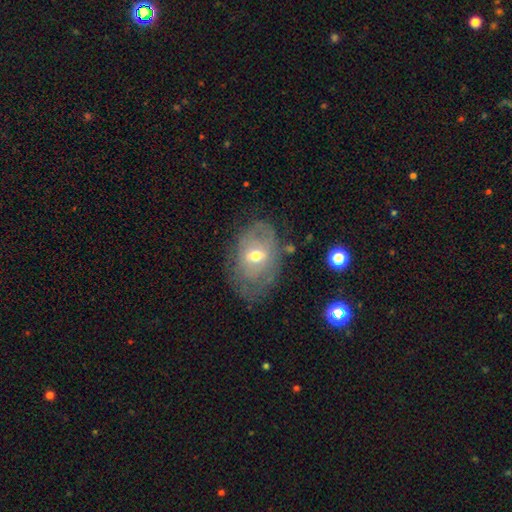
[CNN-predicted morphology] This appears to be a featured or disk galaxy (57%) with a weak bar (48%), no spiral arms (54%) and a moderate central bulge (61%). Merging: none (58%).